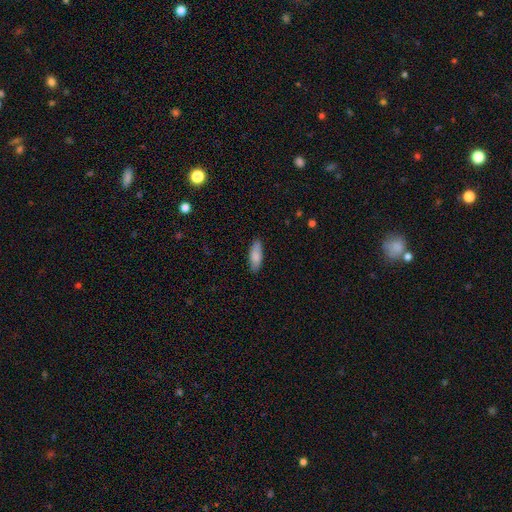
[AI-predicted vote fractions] Smooth or featured: smooth — 84% (featured or disk — 10%)
How rounded: in between — 70% (cigar-shaped — 28%)
Merging: none — 85% (minor disturbance — 12%)